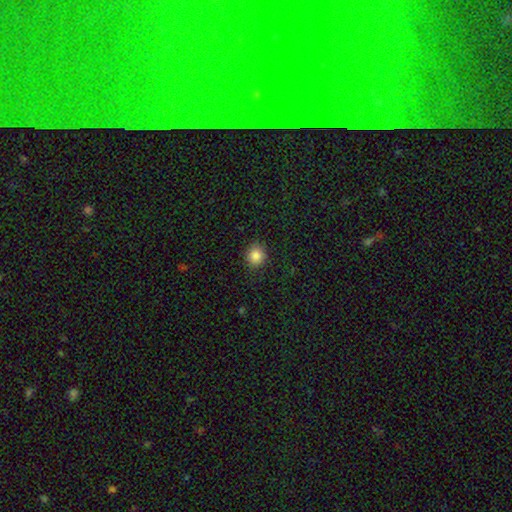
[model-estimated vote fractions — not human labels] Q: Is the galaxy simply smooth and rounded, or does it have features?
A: smooth — 85%.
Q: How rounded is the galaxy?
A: round — 81%.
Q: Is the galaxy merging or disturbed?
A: none — 87%.